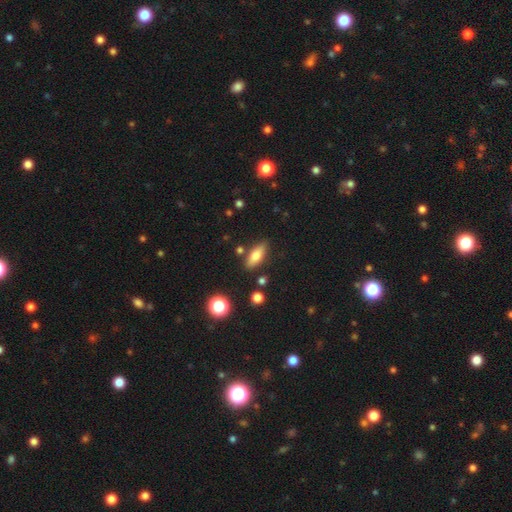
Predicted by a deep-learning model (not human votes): Overall: smooth (70%). How rounded: in between (66%; cigar-shaped 30%). Merging: none (81%).